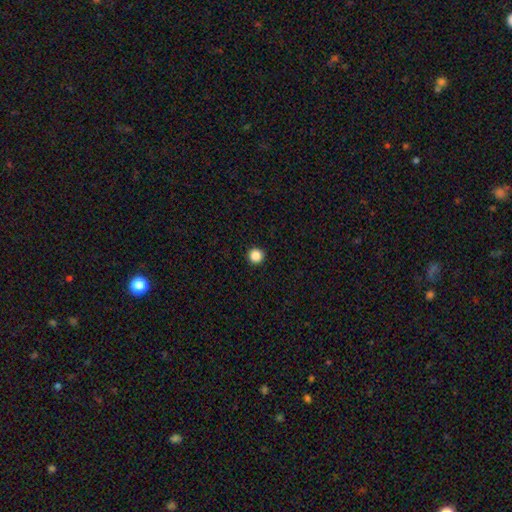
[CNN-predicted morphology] Smooth or featured?
  - smooth: 87% *
  - star or artifact: 10%
  - featured or disk: 3%
How rounded?
  - round: 97% *
  - in between: 2%
  - cigar-shaped: 1%
Merging?
  - none: 94% *
  - minor disturbance: 4%
  - major disturbance: 1%
  - merger: 1%